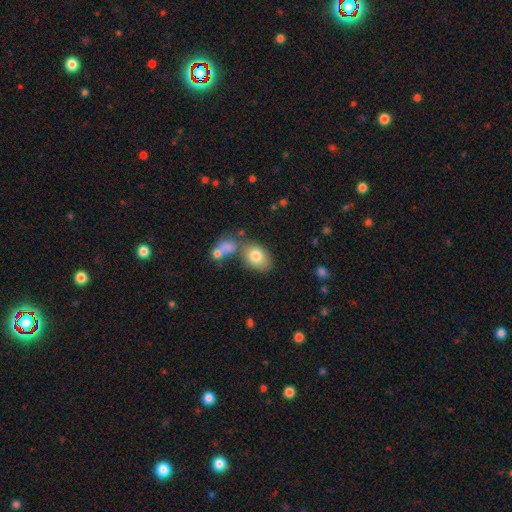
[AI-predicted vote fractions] Q: Smooth or featured?
A: smooth (78%); runner-up: featured or disk (14%)
Q: How rounded?
A: in between (78%); runner-up: round (21%)
Q: Merging?
A: none (52%); runner-up: merger (24%)